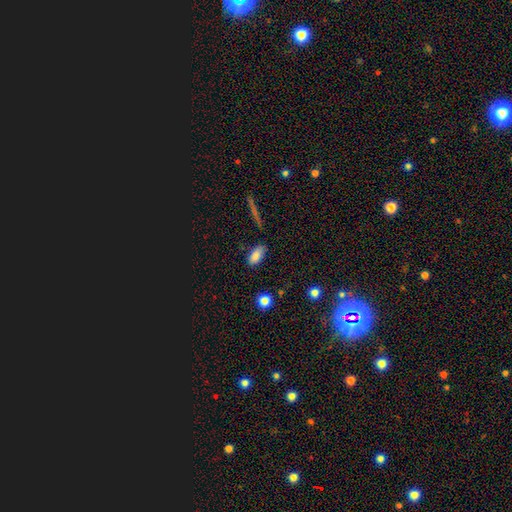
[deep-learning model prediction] Smooth or featured? smooth (84%)
How rounded? in between (90%)
Merging? none (79%)